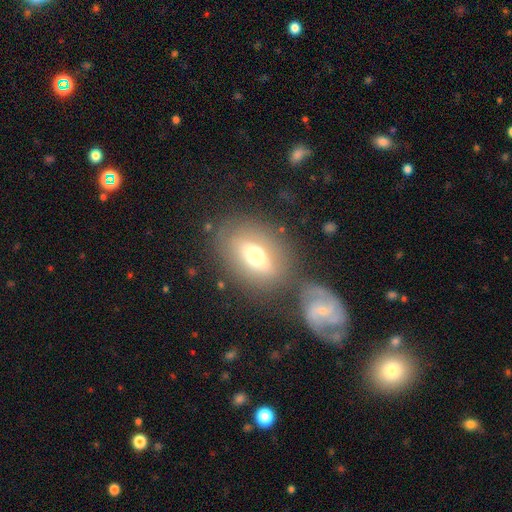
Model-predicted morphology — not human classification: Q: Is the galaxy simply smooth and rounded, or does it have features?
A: smooth — 58%.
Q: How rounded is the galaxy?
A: in between — 73%.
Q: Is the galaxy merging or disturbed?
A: none — 64%.